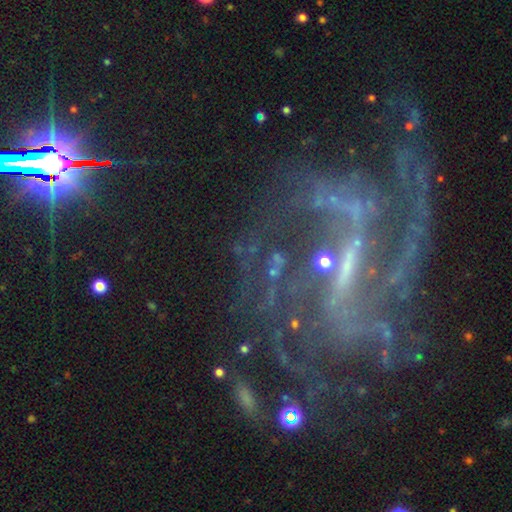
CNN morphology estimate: Smooth or featured? Predicted: featured or disk (p=0.80). Edge-on disk? Predicted: no (p=0.97). Bar? Predicted: strong (p=0.46). Spiral arms? Predicted: yes (p=0.93). Spiral winding? Predicted: medium (p=0.44). Spiral arm count? Predicted: 2 (p=0.34). Bulge size? Predicted: small (p=0.52). Merging? Predicted: none (p=0.52).